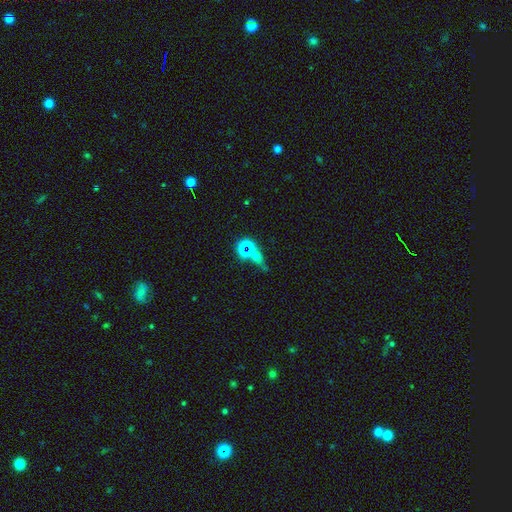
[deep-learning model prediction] Q: Smooth or featured?
A: smooth (41%); tied with: star or artifact (41%)
Q: Merging?
A: none (48%); runner-up: merger (28%)